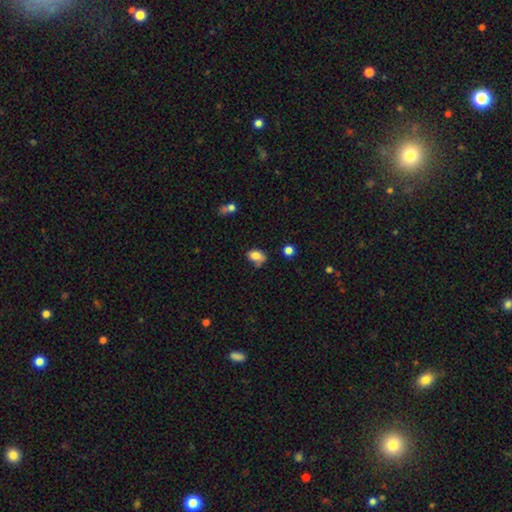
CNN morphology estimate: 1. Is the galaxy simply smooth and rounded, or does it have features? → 80% smooth, 10% star or artifact, 10% featured or disk.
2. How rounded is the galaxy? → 81% in between, 17% round, 2% cigar-shaped.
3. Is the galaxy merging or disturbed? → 49% none, 29% minor disturbance, 13% merger, 9% major disturbance.